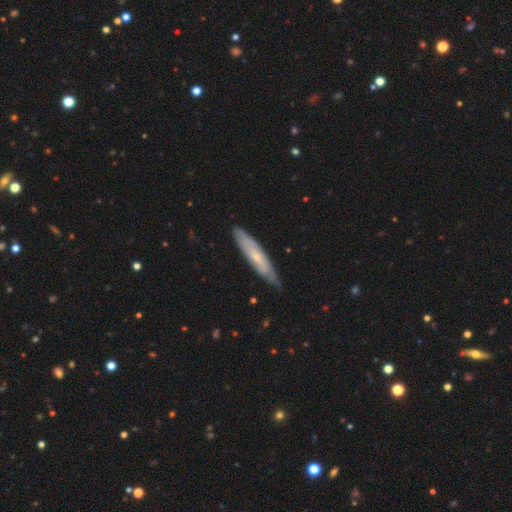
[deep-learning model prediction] This appears to be a featured or disk galaxy (55%) viewed edge-on (58%). Merging: none (82%).